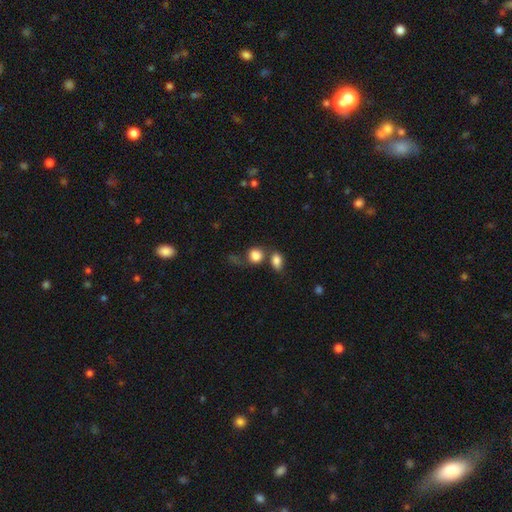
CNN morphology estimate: smooth 84%, star or artifact 10%, featured or disk 7%. Down the decision tree: how rounded — round (65%); merging — none (43%).